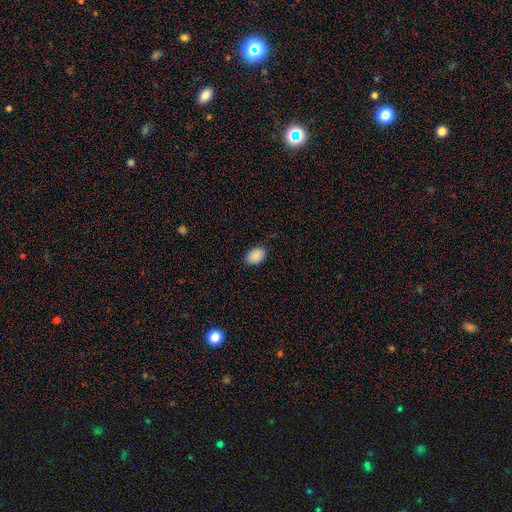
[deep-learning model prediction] The model was most divided on "how rounded": in between: 82%, round: 17%, cigar-shaped: 1%. More confident: smooth or featured — smooth (89%); merging — none (81%).